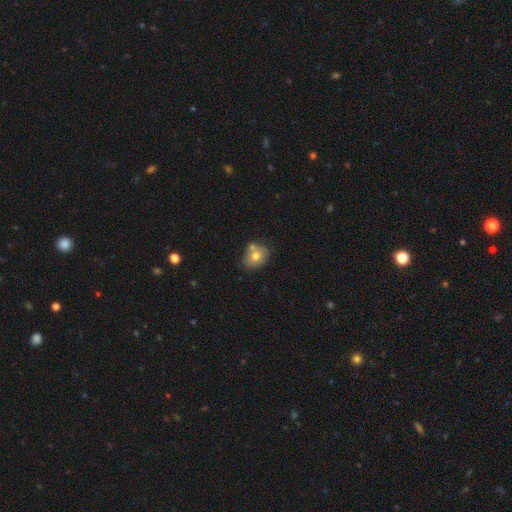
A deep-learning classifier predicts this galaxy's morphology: smooth_or_featured: smooth (p=0.70) [alt: featured or disk p=0.20]
how_rounded: round (p=0.55) [alt: in between p=0.44]
merging: none (p=0.56) [alt: merger p=0.26]